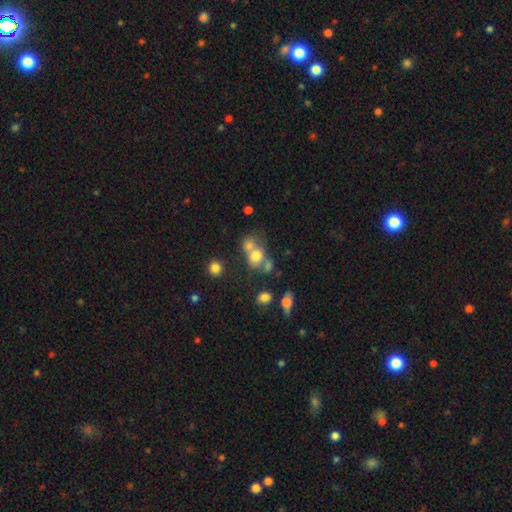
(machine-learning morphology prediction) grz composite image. It shows a smooth galaxy with no disk features (69%) that is round (58%). Merging: merger (50%).